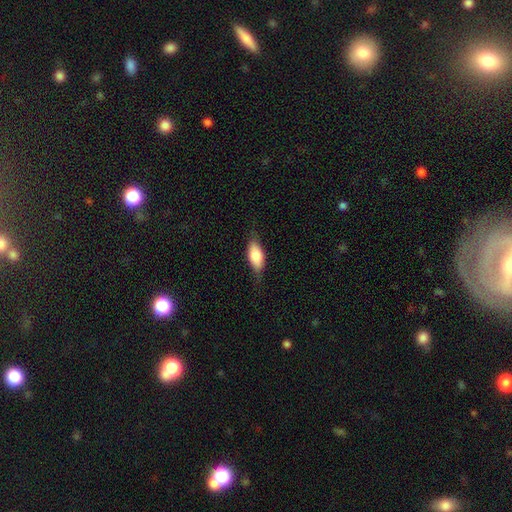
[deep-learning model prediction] smooth-or-featured: smooth: 70% | featured or disk: 23% | star or artifact: 6%
  how-rounded: in between: 82% | cigar-shaped: 15% | round: 3%
  merging: none: 73% | minor disturbance: 21% | major disturbance: 6% | merger: 1%